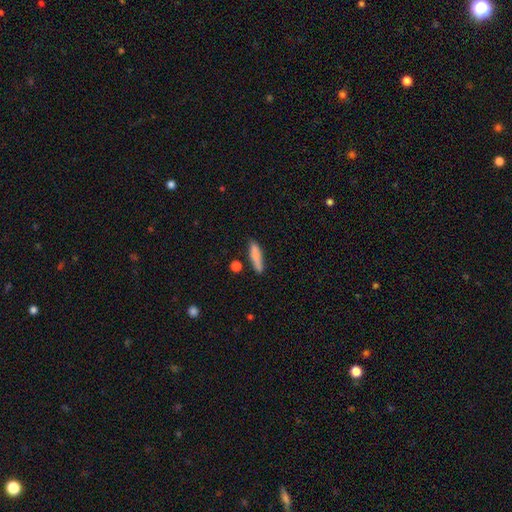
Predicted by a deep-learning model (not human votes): Smooth or featured? Predicted: smooth (p=0.81). How rounded? Predicted: cigar-shaped (p=0.80). Merging? Predicted: none (p=0.76).